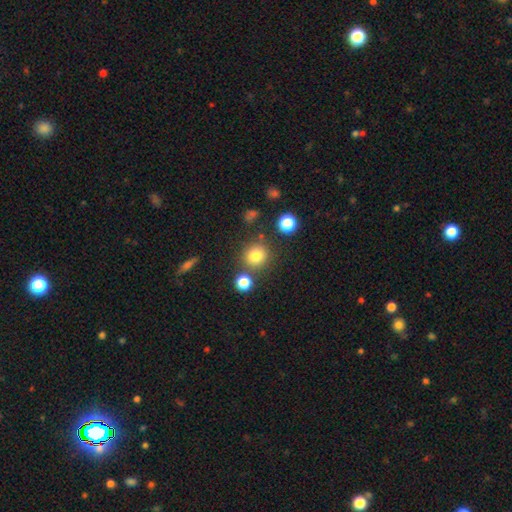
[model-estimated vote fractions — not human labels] The model was most divided on "smooth or featured": smooth: 79%, star or artifact: 13%, featured or disk: 7%. More confident: how rounded — round (91%); merging — none (79%).